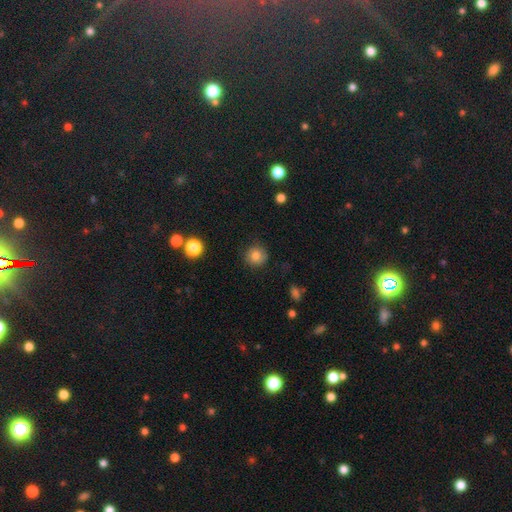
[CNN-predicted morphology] smooth-or-featured: smooth: 79% | featured or disk: 11% | star or artifact: 11%
  how-rounded: round: 92% | in between: 7% | cigar-shaped: 1%
  merging: none: 86% | minor disturbance: 10% | major disturbance: 3% | merger: 1%